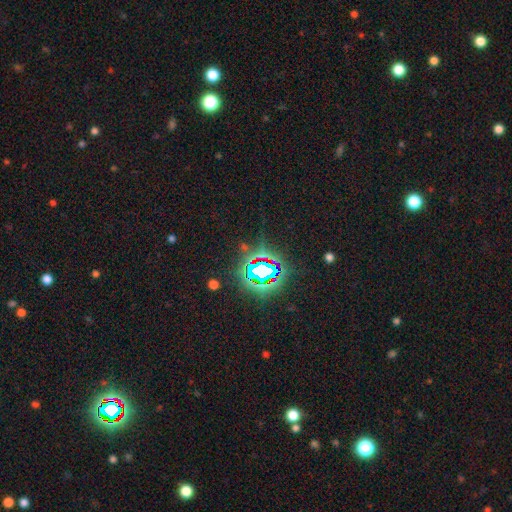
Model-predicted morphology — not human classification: The model was most divided on "smooth or featured": star or artifact: 83%, smooth: 10%, featured or disk: 7%.